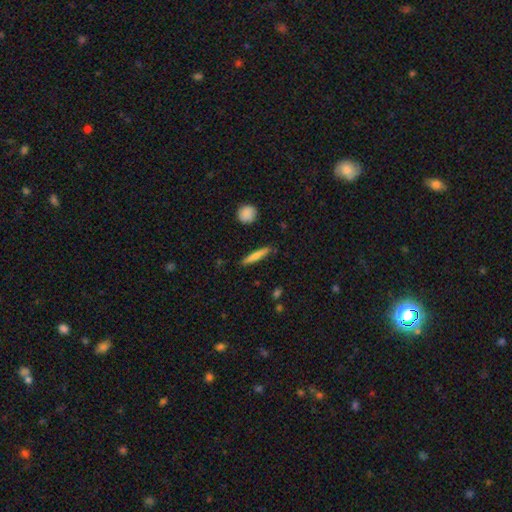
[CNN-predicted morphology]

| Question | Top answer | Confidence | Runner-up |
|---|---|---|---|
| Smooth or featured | smooth | 70% | featured or disk (24%) |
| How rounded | cigar-shaped | 90% | in between (8%) |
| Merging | none | 88% | minor disturbance (9%) |